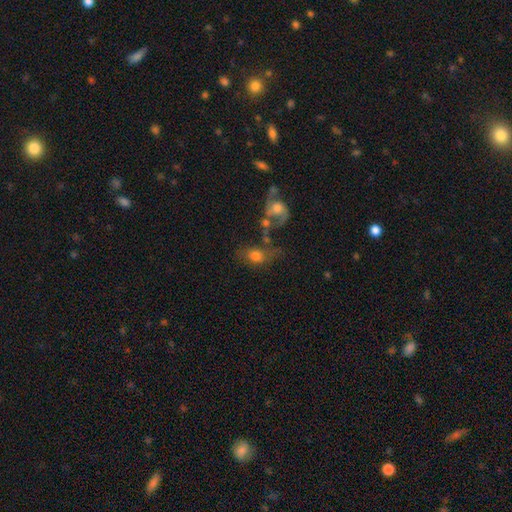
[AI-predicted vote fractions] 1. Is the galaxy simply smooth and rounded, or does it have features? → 61% smooth, 28% featured or disk, 11% star or artifact.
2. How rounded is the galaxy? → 61% in between, 37% round, 2% cigar-shaped.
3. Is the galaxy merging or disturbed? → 35% none, 31% merger, 17% major disturbance, 17% minor disturbance.